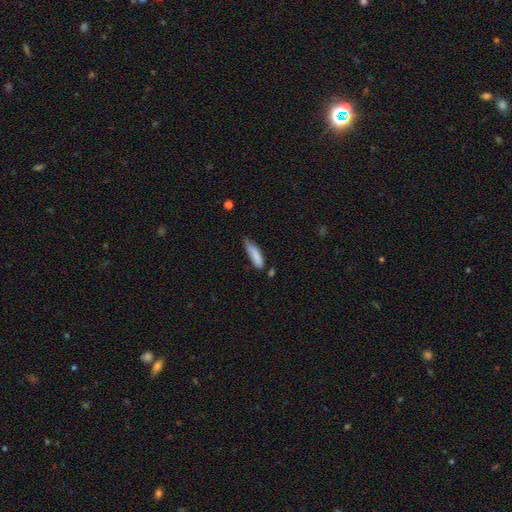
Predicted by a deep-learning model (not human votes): smooth 83%, featured or disk 10%, star or artifact 7%. Down the decision tree: how rounded — cigar-shaped (62%); merging — none (47%).